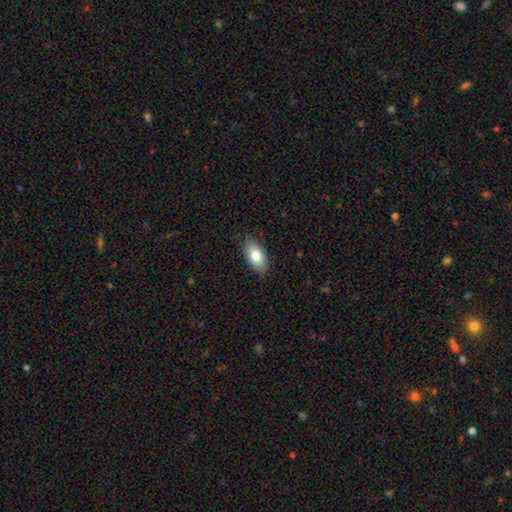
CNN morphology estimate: This is clearly a smooth galaxy (80%). How rounded: clearly in between (92%). Merging: clearly none (87%).